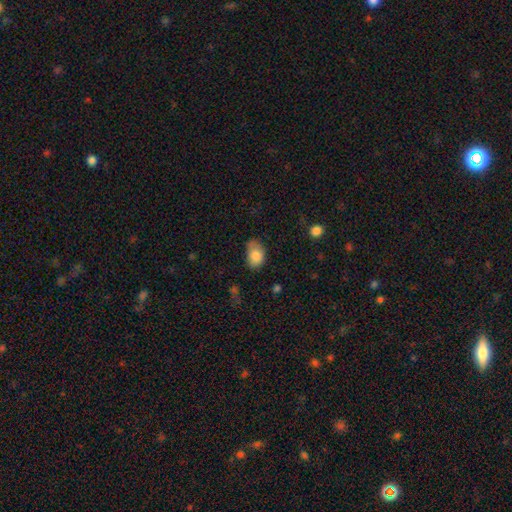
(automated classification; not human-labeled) Smooth or featured?
  - smooth: 83% *
  - featured or disk: 9%
  - star or artifact: 8%
How rounded?
  - in between: 77% *
  - round: 22%
  - cigar-shaped: 1%
Merging?
  - none: 50% *
  - minor disturbance: 35%
  - major disturbance: 10%
  - merger: 5%